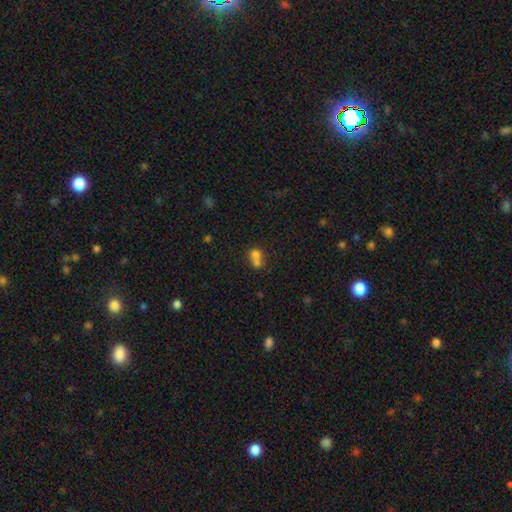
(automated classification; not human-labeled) Smooth or featured: smooth — 70% (featured or disk — 16%)
How rounded: round — 75% (in between — 24%)
Merging: merger — 63% (none — 28%)